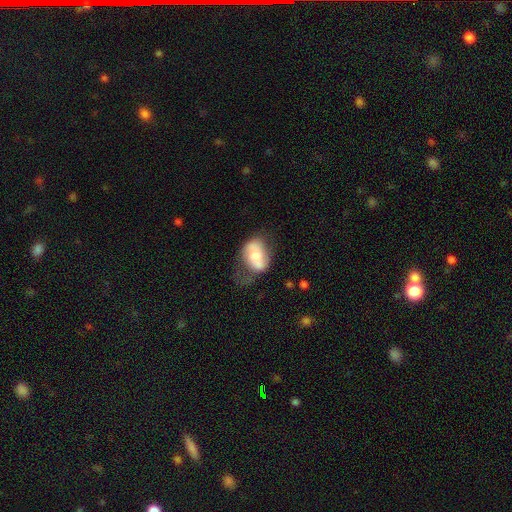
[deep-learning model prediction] A smooth galaxy with no disk features (50%).

Vote fractions:
- Smooth or featured? smooth: 50% / featured or disk: 43% / star or artifact: 7%
- Merging? none: 39% / minor disturbance: 32% / major disturbance: 24% / merger: 5%